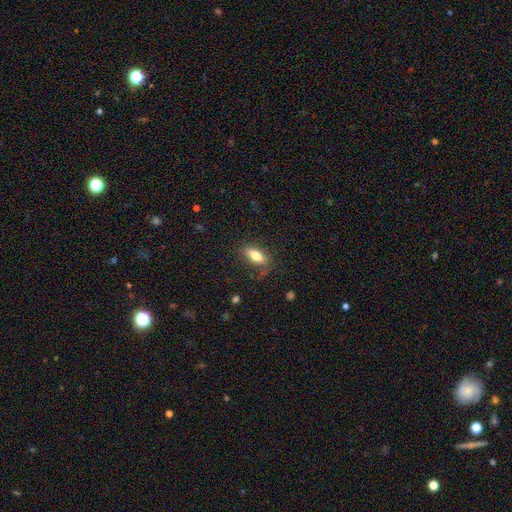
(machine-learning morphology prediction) Smooth or featured? smooth (76%)
How rounded? in between (78%)
Merging? none (77%)